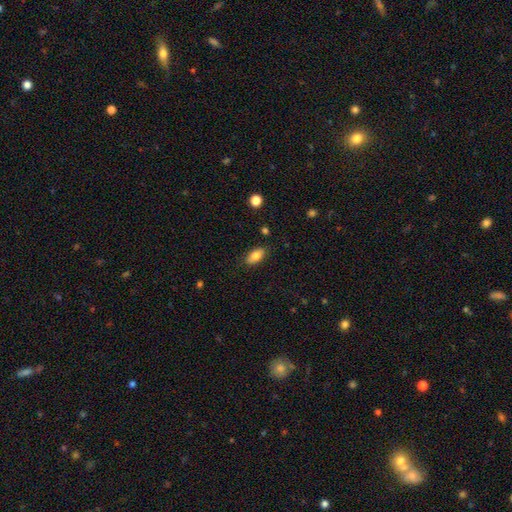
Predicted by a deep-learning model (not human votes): Q: Smooth or featured?
A: smooth (81%); runner-up: featured or disk (11%)
Q: How rounded?
A: in between (90%); runner-up: cigar-shaped (6%)
Q: Merging?
A: none (84%); runner-up: minor disturbance (12%)